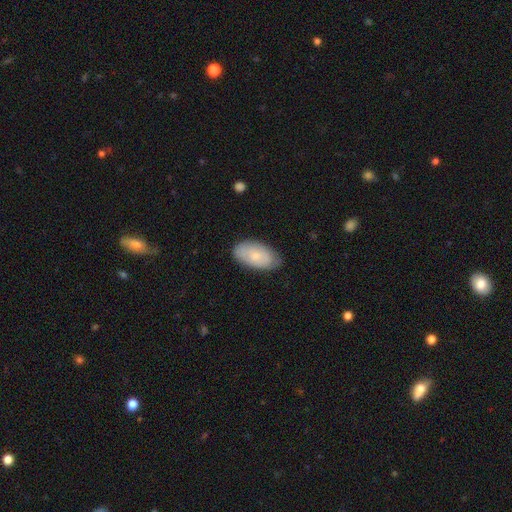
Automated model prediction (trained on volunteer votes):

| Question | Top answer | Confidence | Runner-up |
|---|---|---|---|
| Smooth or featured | smooth | 69% | featured or disk (25%) |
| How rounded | in between | 94% | round (4%) |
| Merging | none | 76% | minor disturbance (19%) |